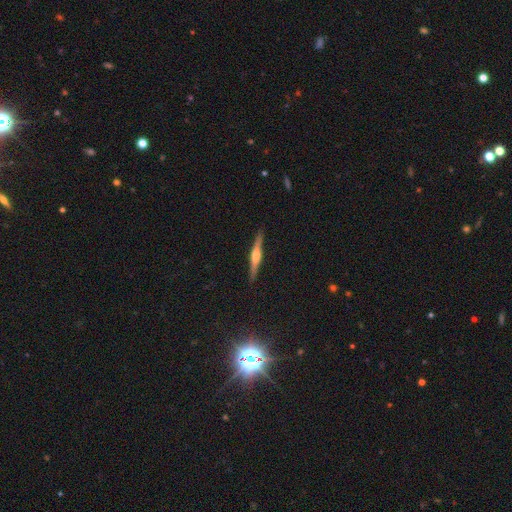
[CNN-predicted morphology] Smooth or featured? Predicted: featured or disk (p=0.72). Edge-on disk? Predicted: yes (p=0.98). Edge-on bulge? Predicted: rounded (p=0.81). Merging? Predicted: none (p=0.91).